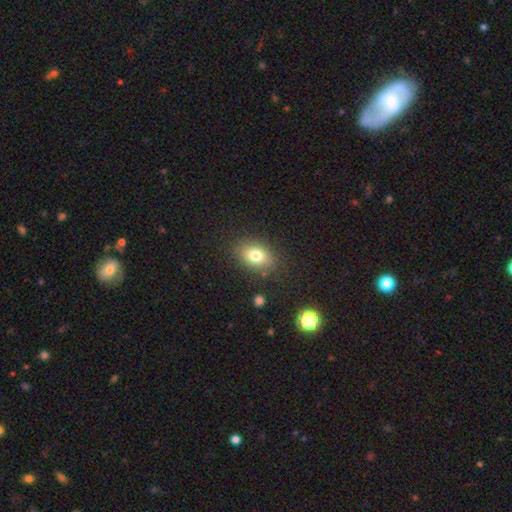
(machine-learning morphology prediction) Smooth or featured: smooth — 77% (featured or disk — 12%)
How rounded: in between — 74% (round — 24%)
Merging: none — 83% (minor disturbance — 12%)